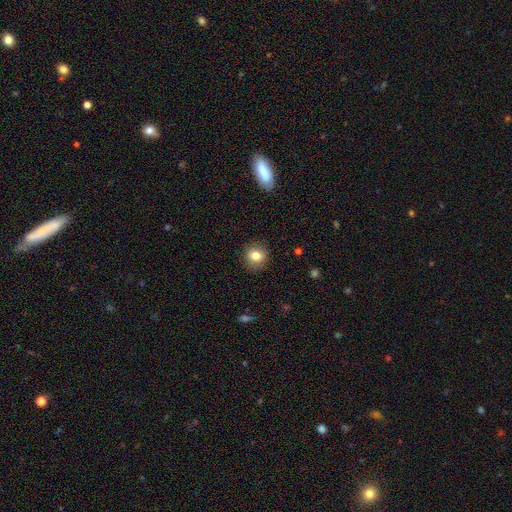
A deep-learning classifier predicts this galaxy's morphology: Smooth or featured? Predicted: smooth (p=0.82). How rounded? Predicted: round (p=0.80). Merging? Predicted: none (p=0.87).